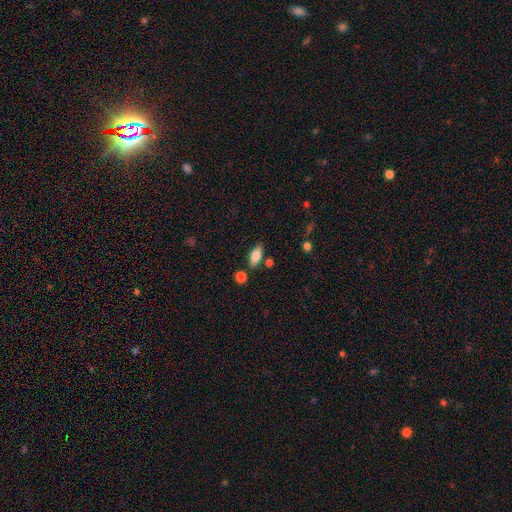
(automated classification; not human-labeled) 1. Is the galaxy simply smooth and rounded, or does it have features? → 77% smooth, 15% featured or disk, 8% star or artifact.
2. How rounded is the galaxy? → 82% in between, 14% cigar-shaped, 3% round.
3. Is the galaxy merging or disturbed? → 78% none, 13% minor disturbance, 6% merger, 3% major disturbance.